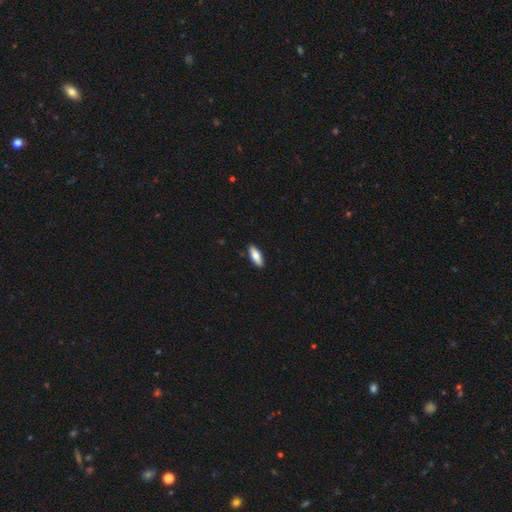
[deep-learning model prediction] Smooth or featured? Predicted: smooth (p=0.79). How rounded? Predicted: in between (p=0.66). Merging? Predicted: none (p=0.89).